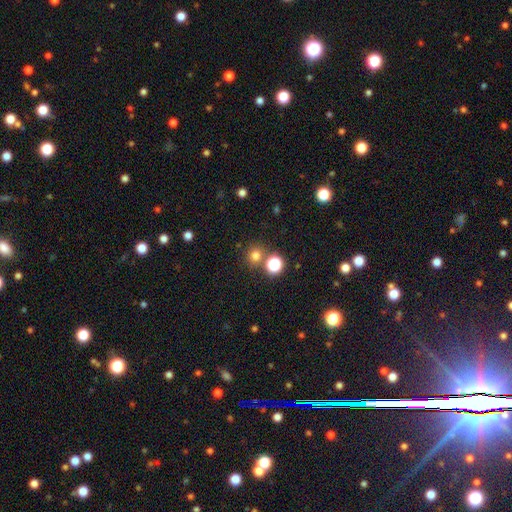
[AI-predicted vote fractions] Smooth or featured: smooth — 74% (star or artifact — 20%)
How rounded: round — 89% (in between — 10%)
Merging: none — 76% (merger — 14%)